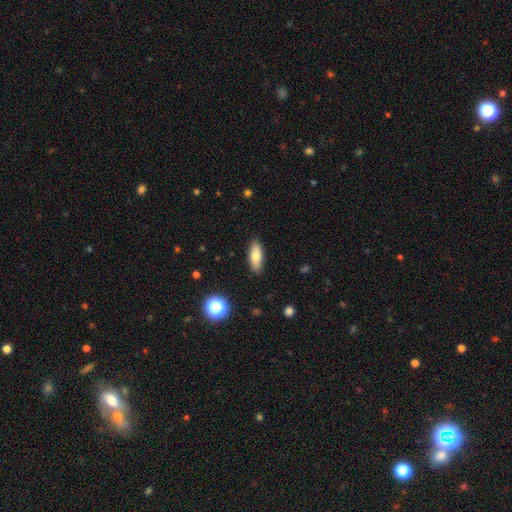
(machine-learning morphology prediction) A smooth galaxy with no disk features (75%) that is in between round and cigar-shaped (66%). Merging: none (88%).